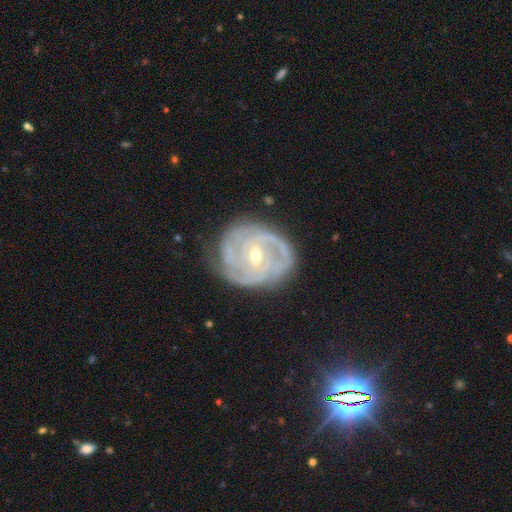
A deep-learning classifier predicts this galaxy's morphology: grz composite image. It shows a featured or disk galaxy (88%) with a weak bar (48%), tight (68%) spiral arms (96%) and a small central bulge (53%). Merging: none (67%).